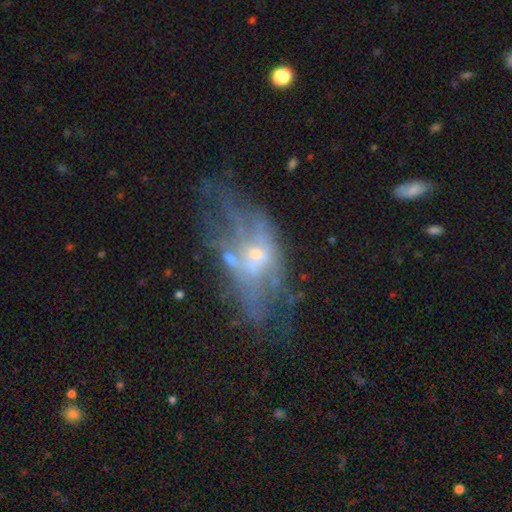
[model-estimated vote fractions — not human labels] featured or disk 64%, smooth 23%, star or artifact 13%. Down the decision tree: edge-on disk — no (89%); bar — no (79%); spiral arms — no (73%); bulge size — small (63%); merging — none (37%).